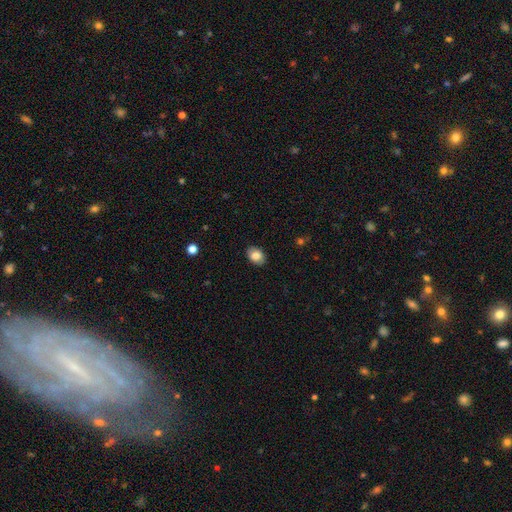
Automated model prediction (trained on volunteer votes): This appears to be a smooth galaxy with no disk features (82%) that is in between round and cigar-shaped (78%). Merging: none (88%).